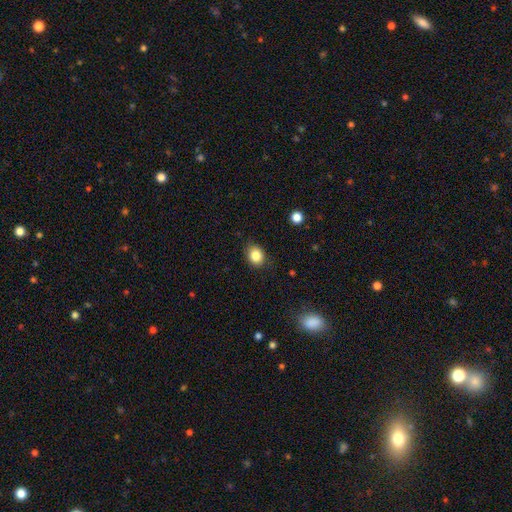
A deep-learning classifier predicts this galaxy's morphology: Q: Smooth or featured?
A: smooth (85%); runner-up: star or artifact (10%)
Q: How rounded?
A: round (56%); runner-up: in between (43%)
Q: Merging?
A: none (82%); runner-up: minor disturbance (14%)